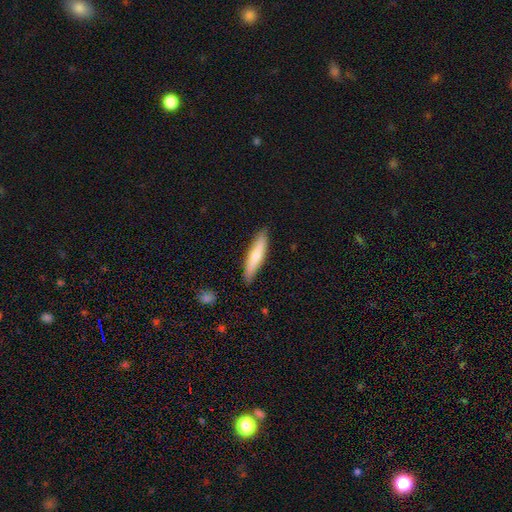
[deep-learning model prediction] Smooth or featured?
  - smooth: 70% *
  - featured or disk: 25%
  - star or artifact: 5%
How rounded?
  - cigar-shaped: 82% *
  - in between: 16%
  - round: 1%
Merging?
  - none: 87% *
  - minor disturbance: 10%
  - major disturbance: 2%
  - merger: 1%